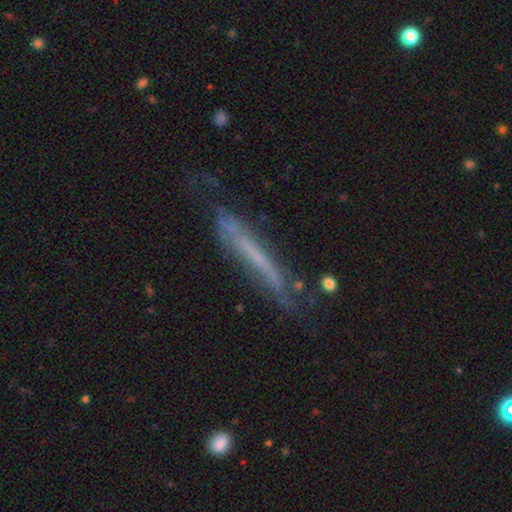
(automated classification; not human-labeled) Smooth or featured: featured or disk — 54% (smooth — 37%)
Edge-on disk: yes — 76% (no — 24%)
Merging: none — 54% (minor disturbance — 28%)